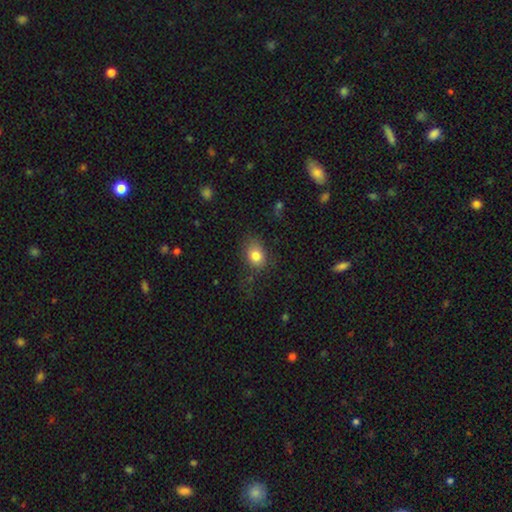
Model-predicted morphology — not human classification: smooth 82%, star or artifact 10%, featured or disk 8%. Down the decision tree: how rounded — in between (62%); merging — none (69%).